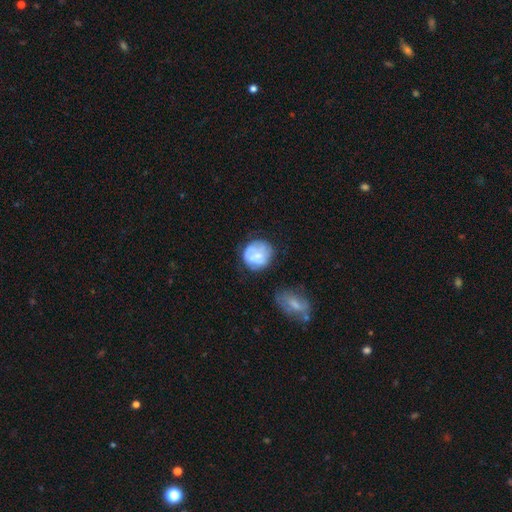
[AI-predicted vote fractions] A smooth galaxy with no disk features (56%) that is round (77%). Merging: none (56%).